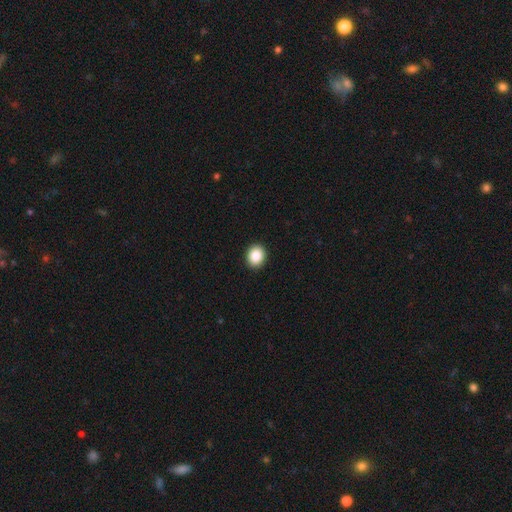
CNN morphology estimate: smooth-or-featured: smooth: 88% | star or artifact: 9% | featured or disk: 3%
  how-rounded: round: 67% | in between: 32% | cigar-shaped: 1%
  merging: none: 92% | minor disturbance: 6% | major disturbance: 2% | merger: 1%